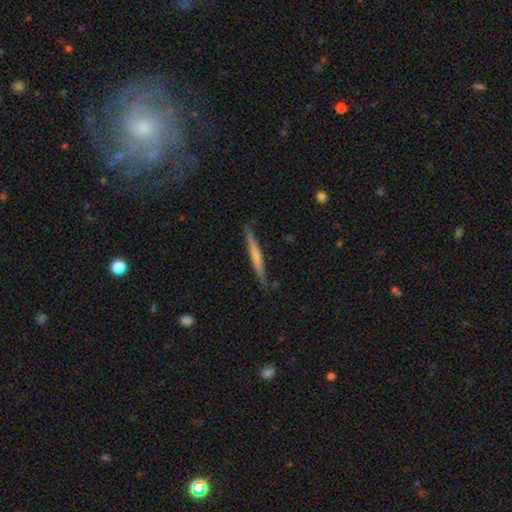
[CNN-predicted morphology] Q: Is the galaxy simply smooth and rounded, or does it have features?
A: featured or disk — 48%.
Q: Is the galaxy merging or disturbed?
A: none — 86%.